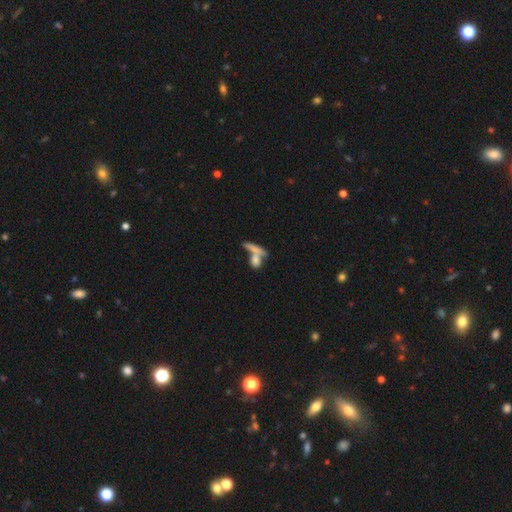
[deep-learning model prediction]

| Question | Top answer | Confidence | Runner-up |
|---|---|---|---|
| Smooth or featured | smooth | 68% | featured or disk (22%) |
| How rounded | in between | 40% | cigar-shaped (35%) |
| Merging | merger | 50% | none (35%) |